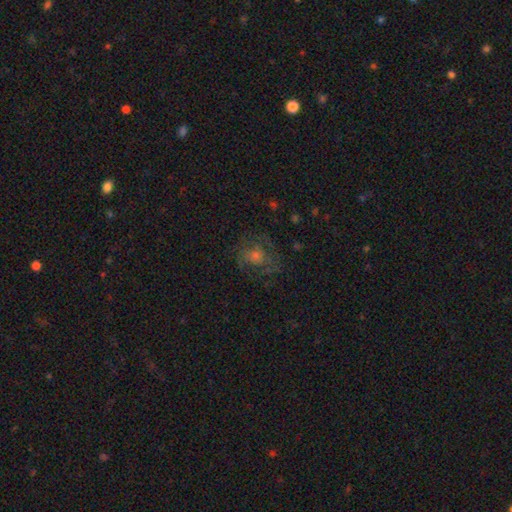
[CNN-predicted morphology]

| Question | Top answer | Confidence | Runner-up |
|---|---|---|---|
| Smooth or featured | featured or disk | 47% | smooth (34%) |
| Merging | none | 64% | major disturbance (18%) |